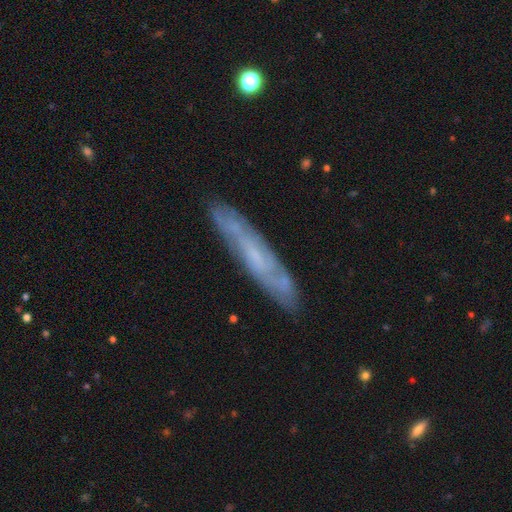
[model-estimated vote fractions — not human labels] Q: Smooth or featured?
A: featured or disk (63%); runner-up: smooth (29%)
Q: Edge-on disk?
A: yes (55%); runner-up: no (45%)
Q: Merging?
A: none (83%); runner-up: minor disturbance (13%)